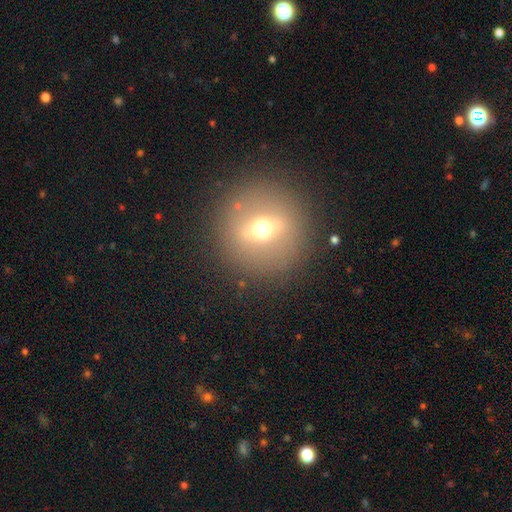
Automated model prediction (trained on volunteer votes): featured or disk 51%, smooth 35%, star or artifact 14%. Down the decision tree: edge-on disk — no (60%); merging — none (90%).